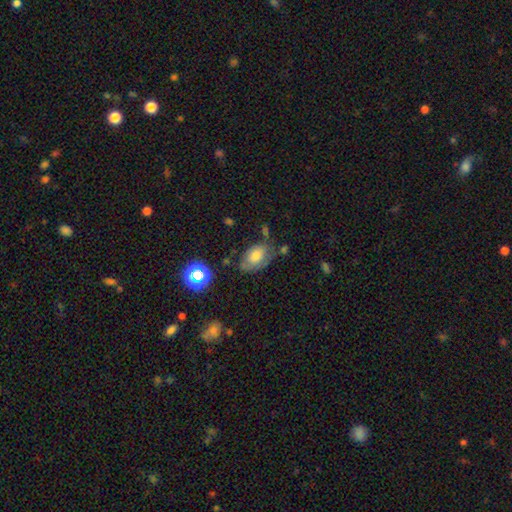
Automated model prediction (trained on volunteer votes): Smooth or featured: smooth — 65% (featured or disk — 22%)
How rounded: in between — 86% (round — 12%)
Merging: none — 54% (minor disturbance — 28%)